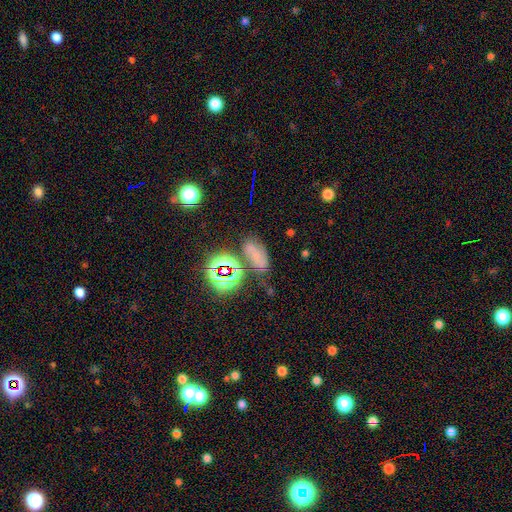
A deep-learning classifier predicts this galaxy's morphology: Q: Smooth or featured?
A: smooth (40%); runner-up: star or artifact (31%)
Q: Merging?
A: none (57%); runner-up: minor disturbance (20%)